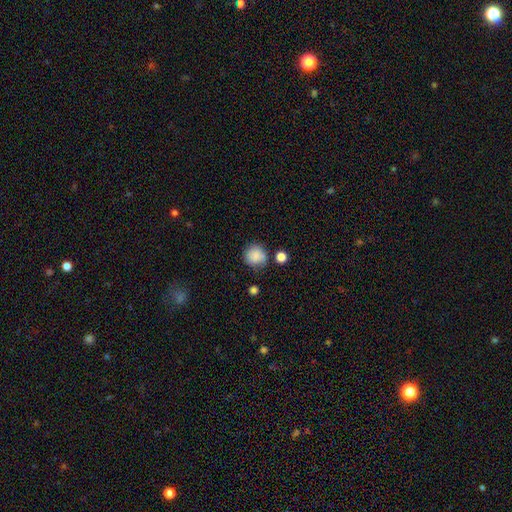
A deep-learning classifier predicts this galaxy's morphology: Smooth or featured? smooth (86%)
How rounded? round (88%)
Merging? none (73%)